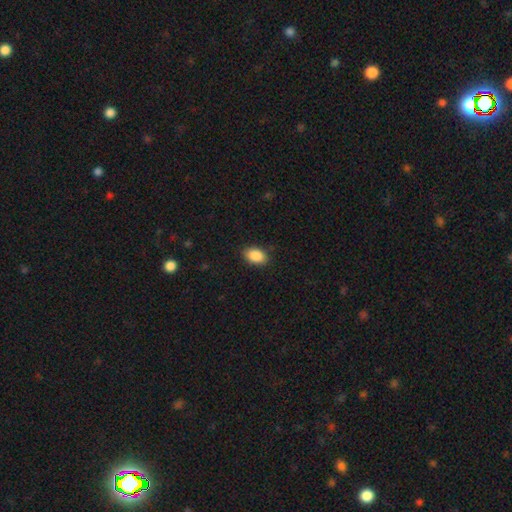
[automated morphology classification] type=smooth (89%); roundness=in between (88%); merging=none (87%).